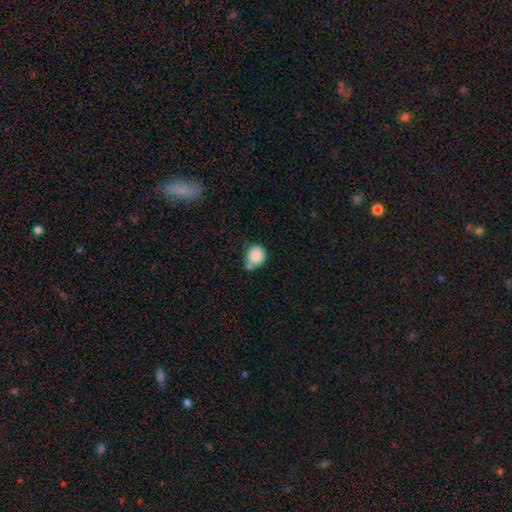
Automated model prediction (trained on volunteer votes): Smooth or featured? Predicted: smooth (p=0.86). How rounded? Predicted: round (p=0.87). Merging? Predicted: none (p=0.66).